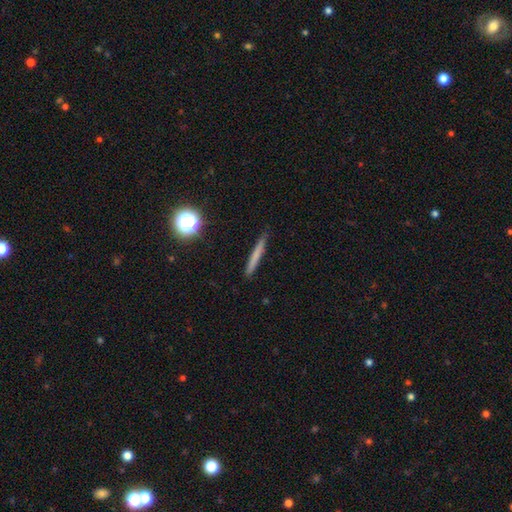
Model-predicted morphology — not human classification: smooth_or_featured: smooth (p=0.64) [alt: featured or disk p=0.27]
how_rounded: cigar-shaped (p=0.95) [alt: in between p=0.03]
merging: none (p=0.89) [alt: minor disturbance p=0.08]